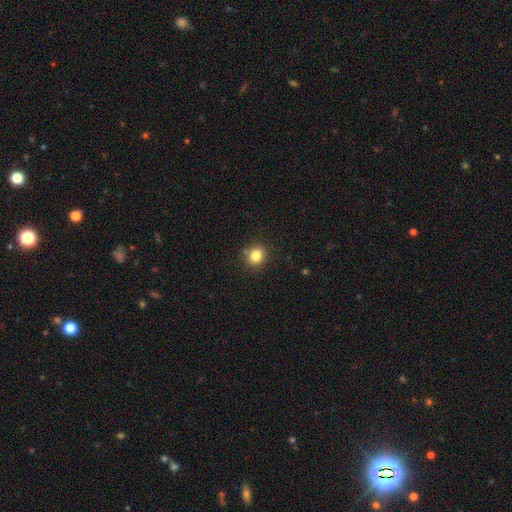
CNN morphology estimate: This is clearly a smooth galaxy (82%). How rounded: clearly round (87%). Merging: clearly none (87%).